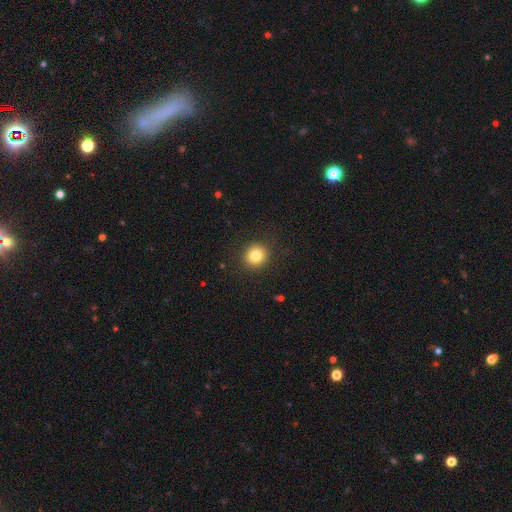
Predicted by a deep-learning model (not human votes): The model was most divided on "smooth or featured": smooth: 83%, star or artifact: 11%, featured or disk: 7%. More confident: how rounded — round (91%); merging — none (90%).